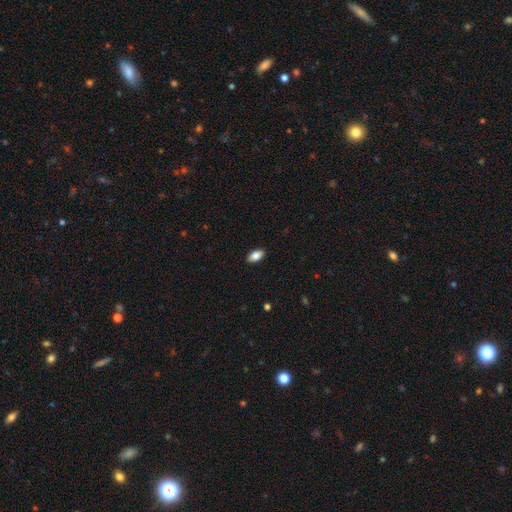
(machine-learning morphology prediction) Smooth or featured? smooth (84%)
How rounded? in between (92%)
Merging? none (89%)